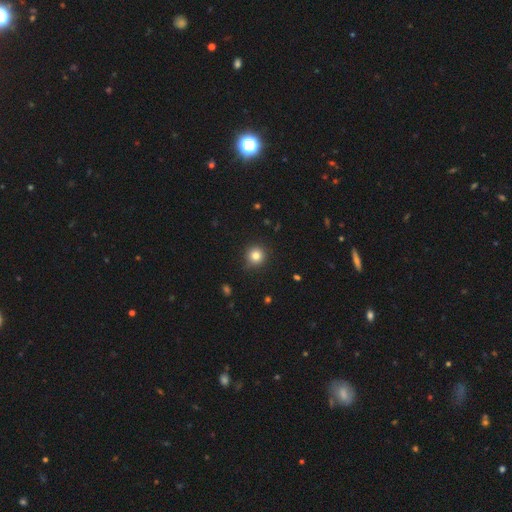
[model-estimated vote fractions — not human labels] Smooth or featured? Predicted: smooth (p=0.82). How rounded? Predicted: round (p=0.94). Merging? Predicted: none (p=0.87).